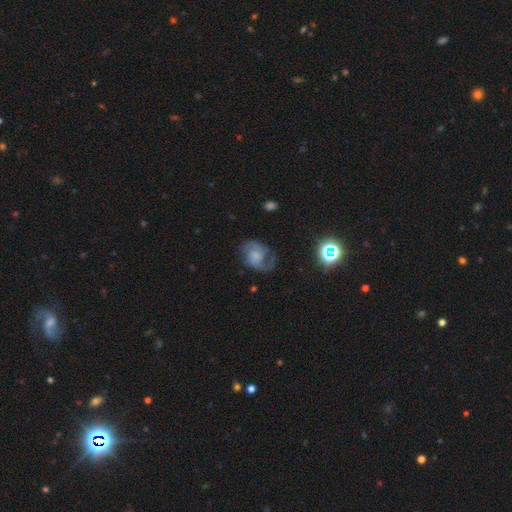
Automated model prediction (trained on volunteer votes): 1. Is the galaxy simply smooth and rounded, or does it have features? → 73% featured or disk, 18% smooth, 9% star or artifact.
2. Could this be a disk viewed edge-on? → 98% no, 2% yes.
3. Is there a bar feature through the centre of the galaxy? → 62% no, 32% weak, 6% strong.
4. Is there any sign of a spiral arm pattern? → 94% yes, 6% no.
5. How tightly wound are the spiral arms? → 51% medium, 30% loose, 19% tight.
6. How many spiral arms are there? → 87% 2, 5% can't tell, 5% 1, 2% 3, 1% 4, 1% more than 4.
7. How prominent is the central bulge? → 38% none, 21% moderate, 21% small, 16% large, 4% dominant.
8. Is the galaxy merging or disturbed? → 65% none, 20% minor disturbance, 13% major disturbance, 2% merger.